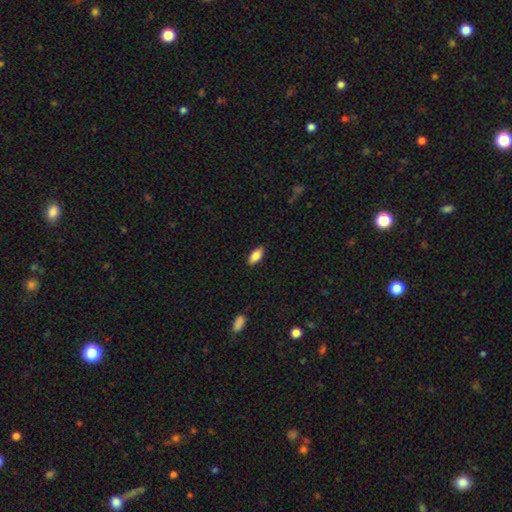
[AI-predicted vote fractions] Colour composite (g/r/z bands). It shows a smooth galaxy with no disk features (84%) that is in between round and cigar-shaped (85%). Merging: none (86%).